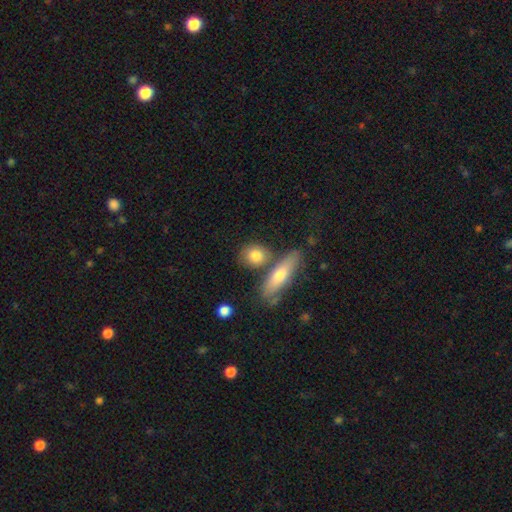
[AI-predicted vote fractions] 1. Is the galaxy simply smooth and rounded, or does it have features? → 79% smooth, 14% featured or disk, 7% star or artifact.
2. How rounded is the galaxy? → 48% round, 41% in between, 11% cigar-shaped.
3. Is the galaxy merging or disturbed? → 64% none, 20% merger, 12% minor disturbance, 4% major disturbance.